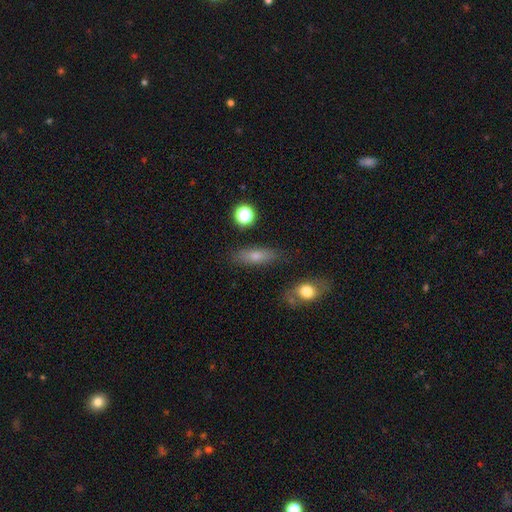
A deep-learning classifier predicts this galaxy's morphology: Smooth or featured: smooth — 63% (featured or disk — 24%)
How rounded: in between — 54% (cigar-shaped — 39%)
Merging: none — 83% (minor disturbance — 11%)